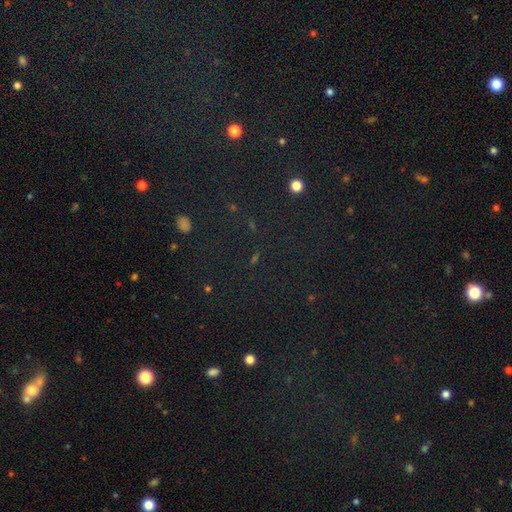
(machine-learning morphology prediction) Q: Smooth or featured?
A: star or artifact (74%); runner-up: smooth (16%)